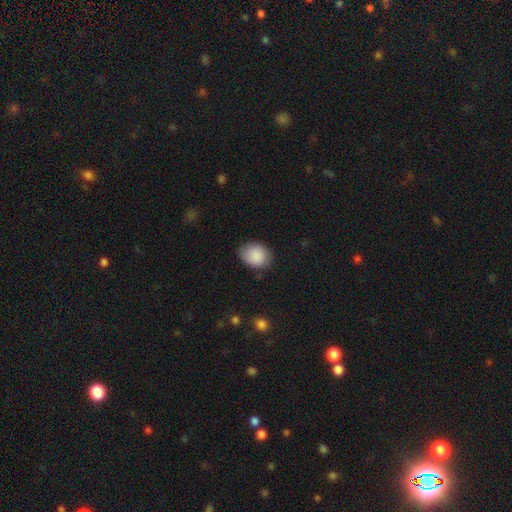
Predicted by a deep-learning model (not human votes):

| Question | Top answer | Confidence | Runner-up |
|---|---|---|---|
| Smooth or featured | smooth | 88% | star or artifact (7%) |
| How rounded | in between | 64% | round (36%) |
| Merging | none | 76% | minor disturbance (19%) |